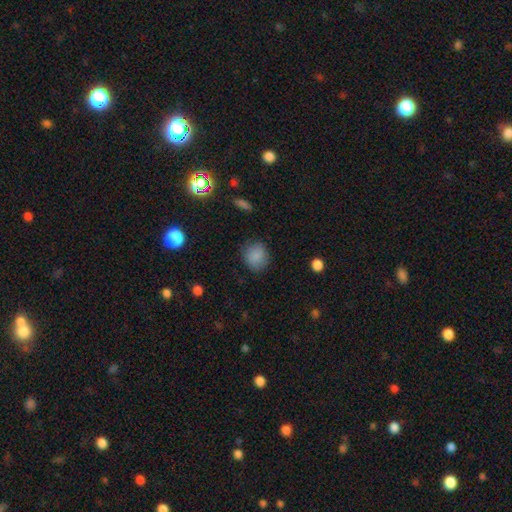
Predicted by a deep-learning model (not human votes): This is clearly a smooth galaxy (84%). How rounded: likely round (79%). Merging: clearly none (80%).